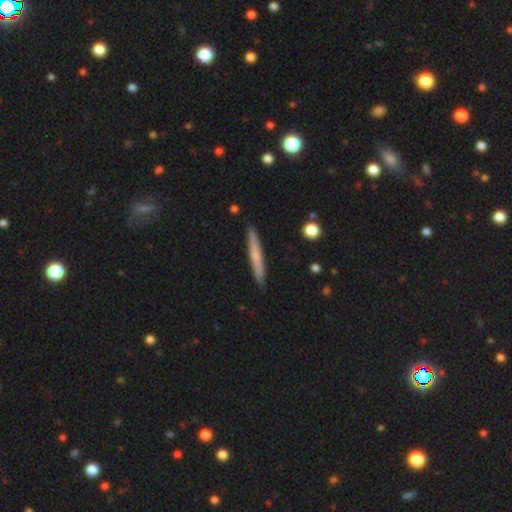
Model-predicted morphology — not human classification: Smooth or featured? Predicted: smooth (p=0.57). How rounded? Predicted: cigar-shaped (p=0.96). Merging? Predicted: none (p=0.91).